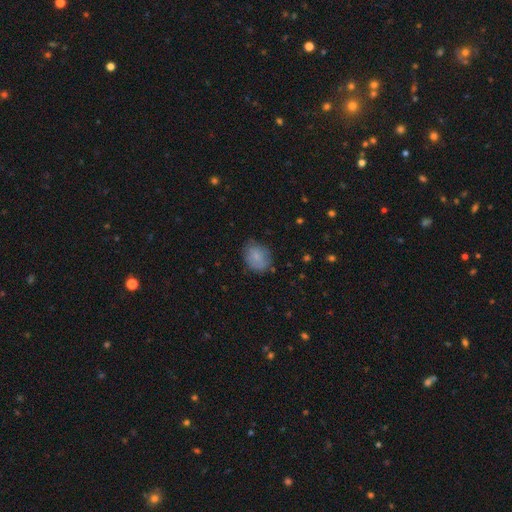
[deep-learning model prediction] This is likely a smooth galaxy (74%). How rounded: possibly in between (50%). Merging: likely none (65%).